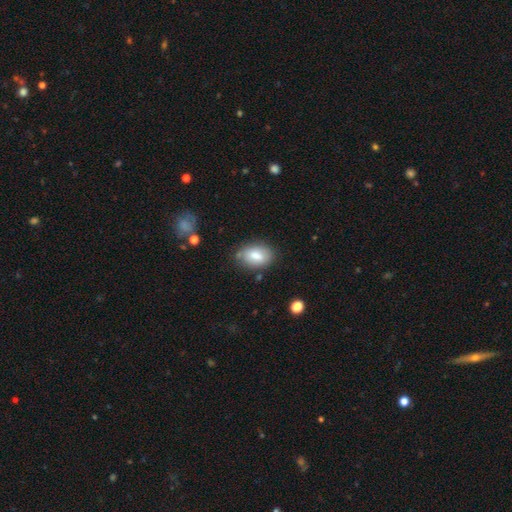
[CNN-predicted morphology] Smooth or featured? Predicted: smooth (p=0.81). How rounded? Predicted: in between (p=0.86). Merging? Predicted: none (p=0.75).